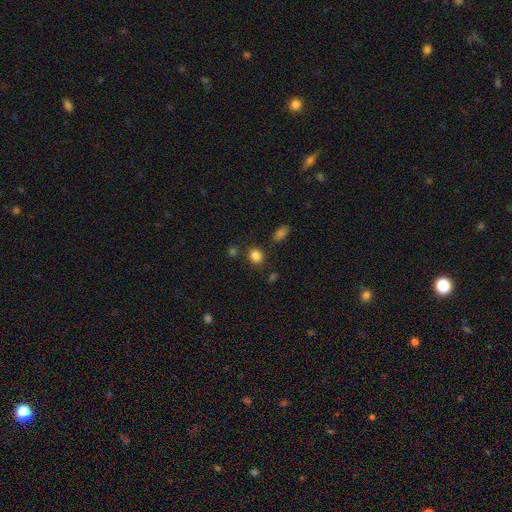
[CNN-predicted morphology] Q: Smooth or featured?
A: smooth (84%); runner-up: star or artifact (12%)
Q: How rounded?
A: round (70%); runner-up: in between (29%)
Q: Merging?
A: none (82%); runner-up: minor disturbance (9%)